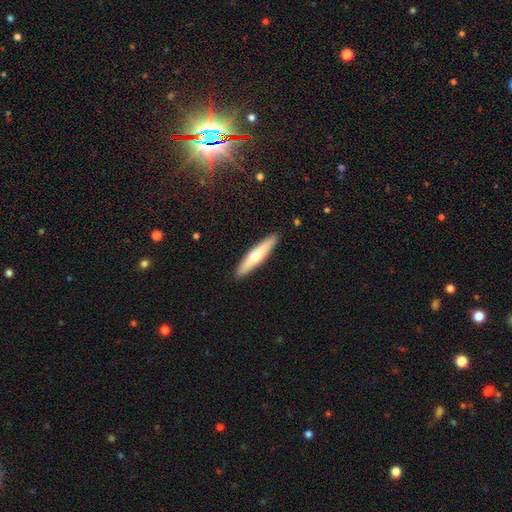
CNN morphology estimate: A smooth galaxy with no disk features (53%) that is cigar-shaped (87%).

Vote fractions:
- Smooth or featured? smooth: 53% / featured or disk: 42% / star or artifact: 5%
- How rounded? cigar-shaped: 87% / in between: 11% / round: 1%
- Merging? none: 91% / minor disturbance: 6% / major disturbance: 1% / merger: 1%